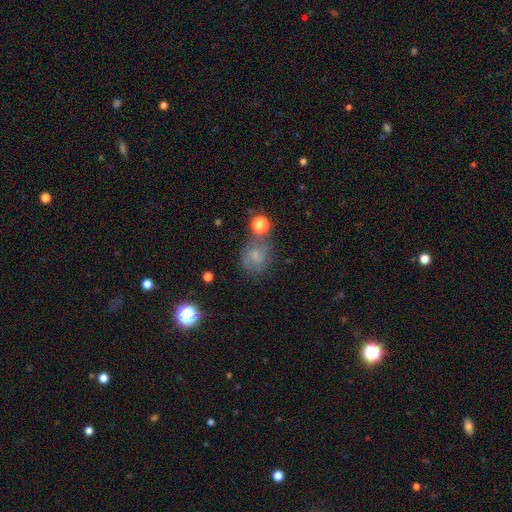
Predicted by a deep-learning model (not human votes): Smooth or featured: smooth — 63% (featured or disk — 21%)
How rounded: round — 67% (in between — 31%)
Merging: none — 57% (minor disturbance — 22%)